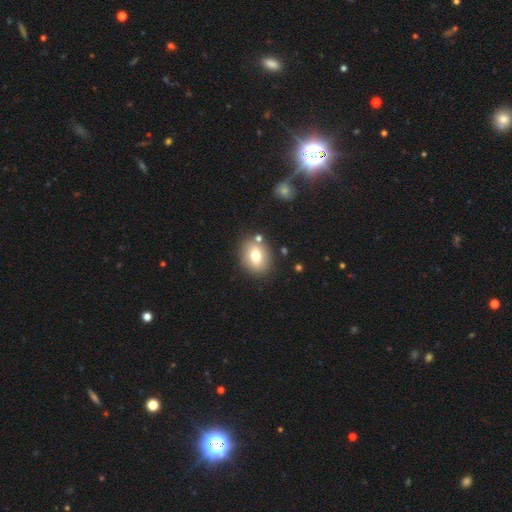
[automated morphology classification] smooth 73%, featured or disk 18%, star or artifact 10%. Down the decision tree: how rounded — in between (58%); merging — none (79%).